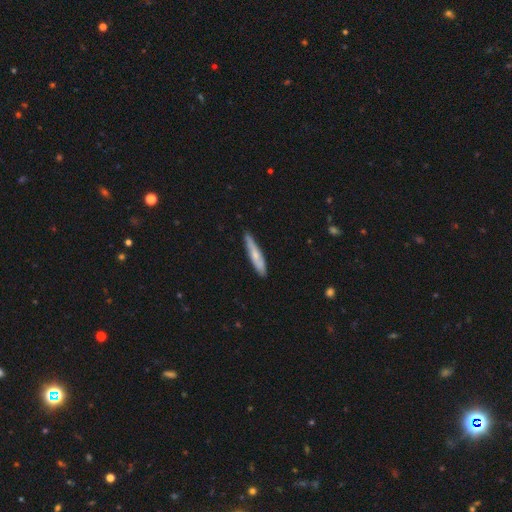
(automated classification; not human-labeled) Overall: smooth (58%; featured or disk 37%). How rounded: cigar-shaped (88%). Merging: none (82%).